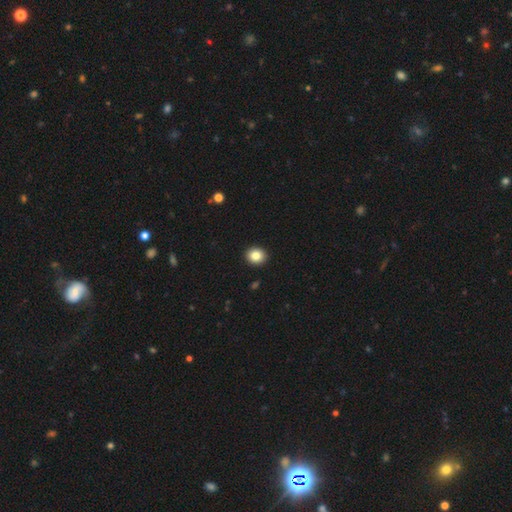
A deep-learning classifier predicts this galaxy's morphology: A smooth galaxy with no disk features (85%) that is round (75%). Merging: none (93%).